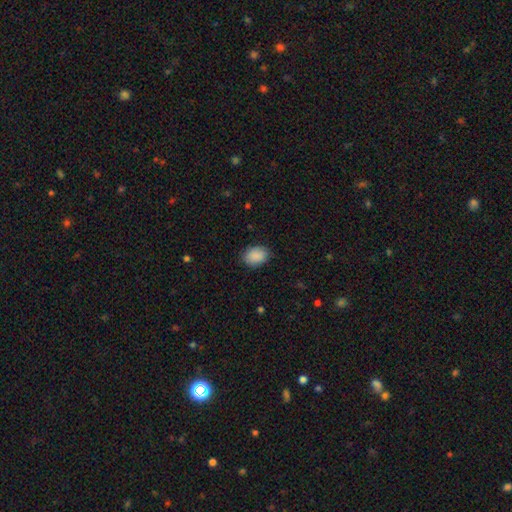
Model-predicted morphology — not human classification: This appears to be a smooth galaxy with no disk features (90%) that is in between round and cigar-shaped (78%). Merging: none (84%).